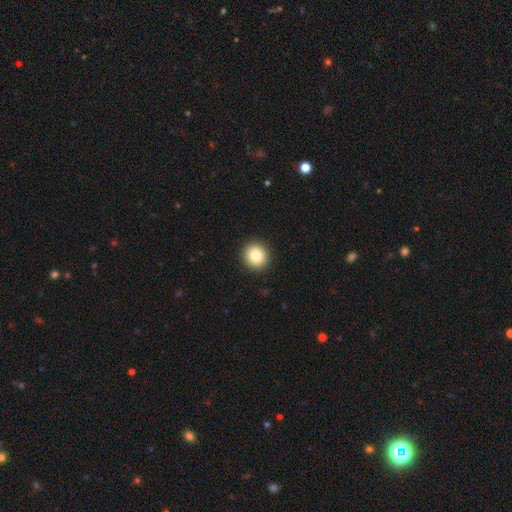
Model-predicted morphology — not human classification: Q: Smooth or featured?
A: smooth (84%); runner-up: star or artifact (9%)
Q: How rounded?
A: round (91%); runner-up: in between (8%)
Q: Merging?
A: none (93%); runner-up: minor disturbance (5%)